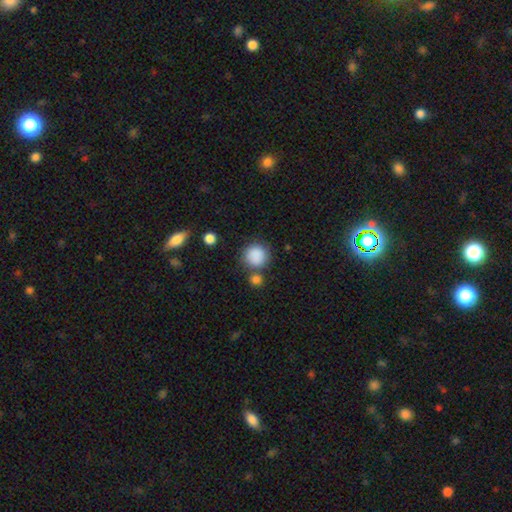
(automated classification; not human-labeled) This appears to be a smooth galaxy with no disk features (87%) that is round (90%). Merging: none (70%).